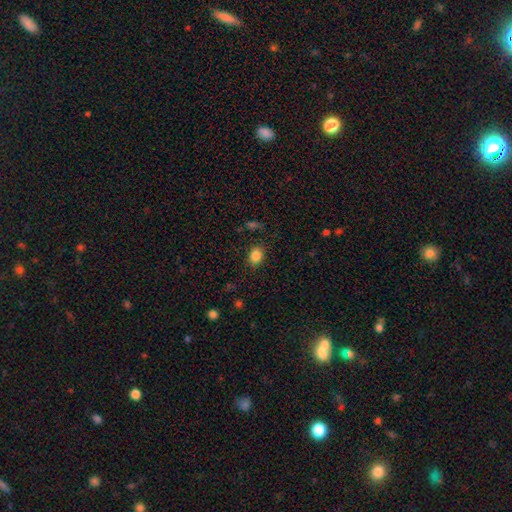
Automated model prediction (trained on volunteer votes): The model was most divided on "how rounded": in between: 60%, round: 39%, cigar-shaped: 1%. More confident: smooth or featured — smooth (85%); merging — none (85%).